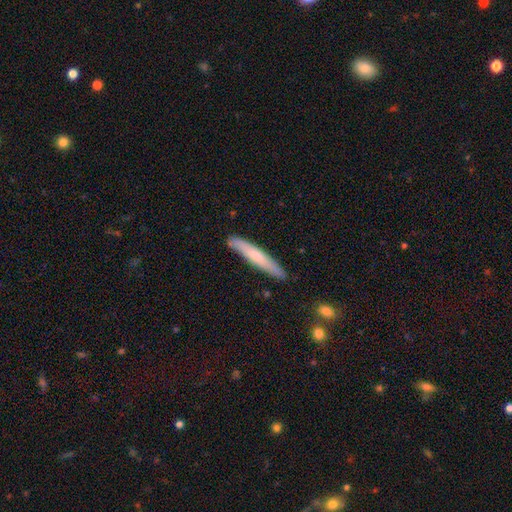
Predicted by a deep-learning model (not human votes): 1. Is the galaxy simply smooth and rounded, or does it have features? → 57% smooth, 38% featured or disk, 5% star or artifact.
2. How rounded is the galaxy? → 94% cigar-shaped, 5% in between, 1% round.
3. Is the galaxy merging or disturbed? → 87% none, 10% minor disturbance, 2% major disturbance, 1% merger.